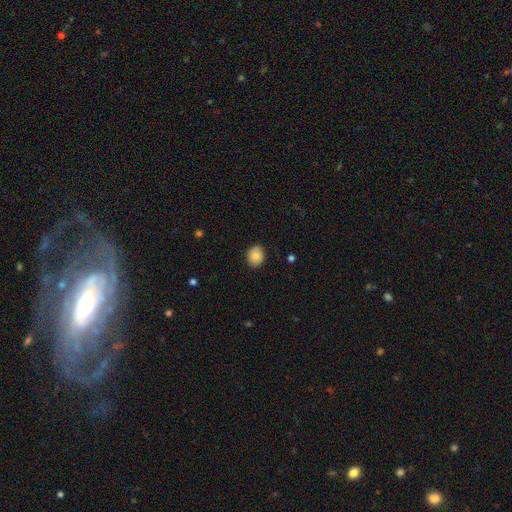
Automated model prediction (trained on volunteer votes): Overall: smooth (82%). How rounded: round (59%; in between 40%). Merging: none (85%).